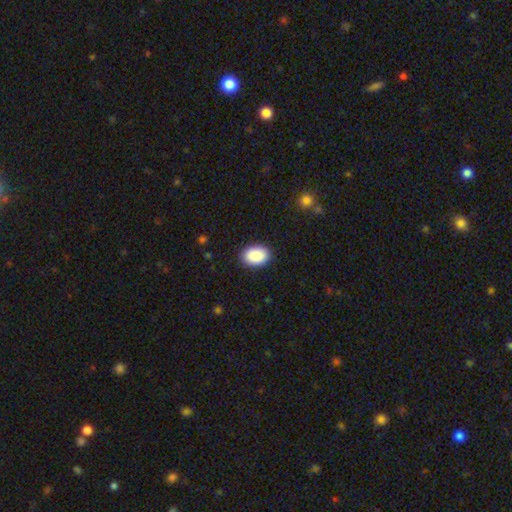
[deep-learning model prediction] This appears to be a smooth galaxy with no disk features (90%) that is in between round and cigar-shaped (83%). Merging: none (89%).